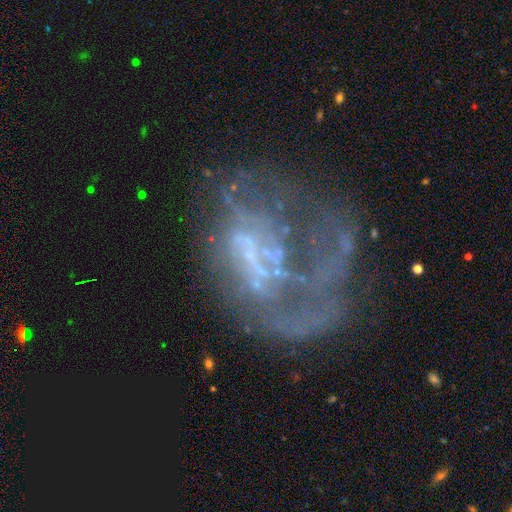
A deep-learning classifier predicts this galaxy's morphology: smooth_or_featured: featured or disk (p=0.70) [alt: star or artifact p=0.17]
disk_edge_on: no (p=0.97) [alt: yes p=0.03]
bar: no (p=0.74) [alt: weak p=0.18]
has_spiral_arms: no (p=0.70) [alt: yes p=0.30]
bulge_size: none (p=0.70) [alt: small p=0.16]
merging: major disturbance (p=0.52) [alt: none p=0.26]